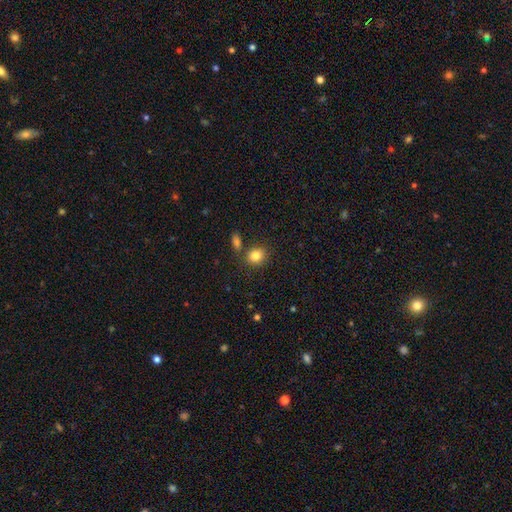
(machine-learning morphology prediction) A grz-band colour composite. It shows a smooth galaxy with no disk features (83%) that is round (69%). Merging: none (76%).